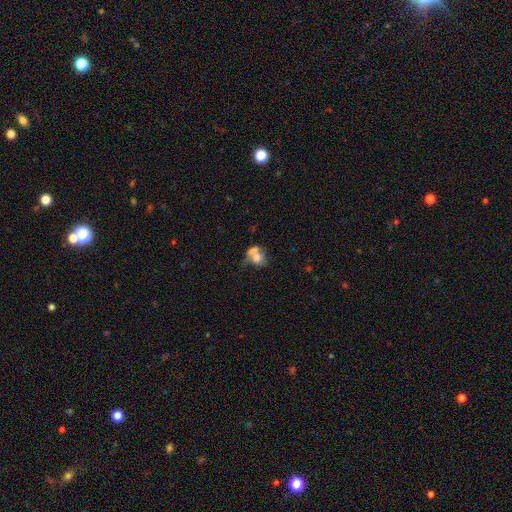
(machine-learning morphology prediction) A smooth galaxy with no disk features (66%) that is round (50%). Merging: merger (58%).